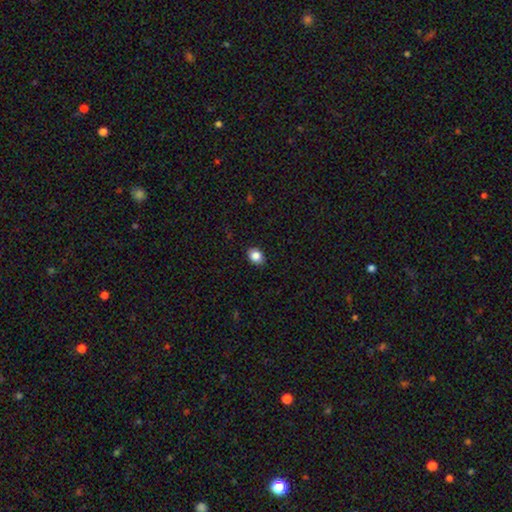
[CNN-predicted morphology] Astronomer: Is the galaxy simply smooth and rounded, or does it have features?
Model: smooth — 85%.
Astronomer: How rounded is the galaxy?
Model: in between — 57% (runner-up: round, 42%).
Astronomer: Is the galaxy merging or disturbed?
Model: none — 89%.